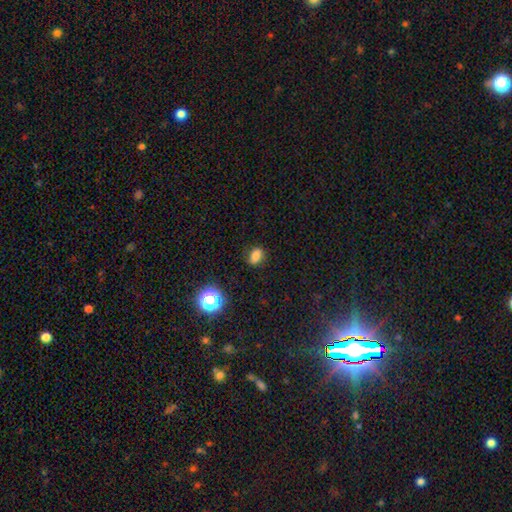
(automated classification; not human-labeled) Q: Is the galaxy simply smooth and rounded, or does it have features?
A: smooth — 75%.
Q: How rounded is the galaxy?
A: in between — 65%.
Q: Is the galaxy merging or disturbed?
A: none — 78%.